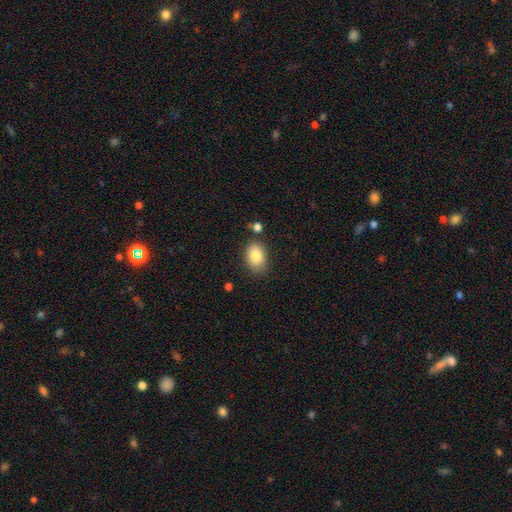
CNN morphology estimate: Q: Smooth or featured?
A: smooth (83%); runner-up: featured or disk (9%)
Q: How rounded?
A: in between (80%); runner-up: round (19%)
Q: Merging?
A: none (76%); runner-up: minor disturbance (16%)